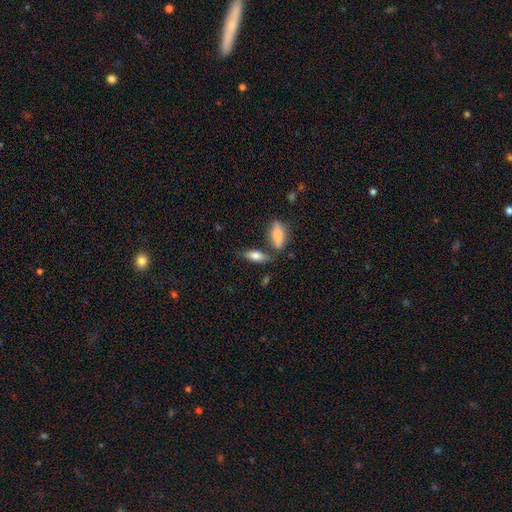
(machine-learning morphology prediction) Smooth or featured? smooth (74%)
How rounded? in between (67%)
Merging? none (67%)